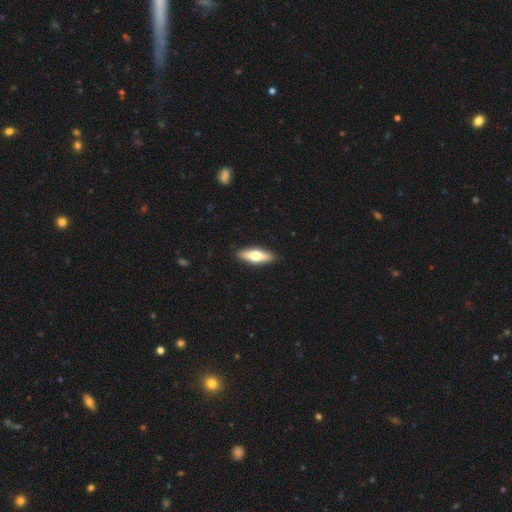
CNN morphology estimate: A smooth galaxy with no disk features (58%) that is in between round and cigar-shaped (55%). Merging: none (90%).